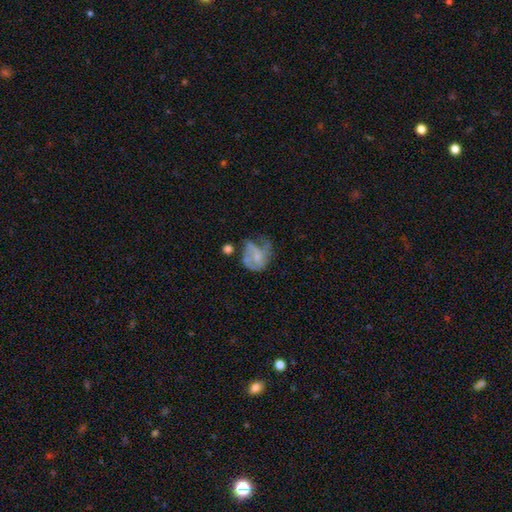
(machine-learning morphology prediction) The model was most divided on "smooth or featured": featured or disk: 50%, smooth: 41%, star or artifact: 9%. Remaining: merging — major disturbance (41%).